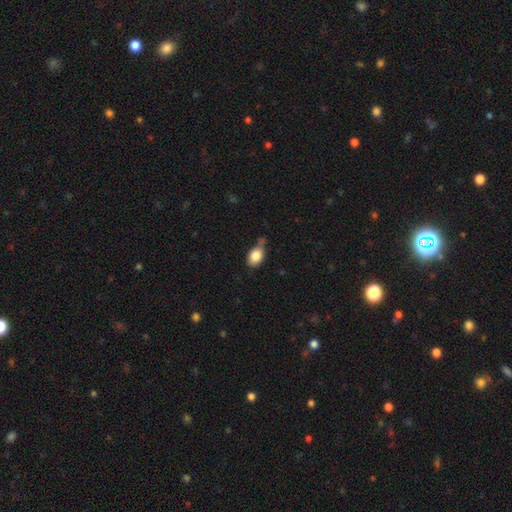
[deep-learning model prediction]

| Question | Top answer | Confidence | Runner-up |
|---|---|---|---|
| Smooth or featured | smooth | 83% | featured or disk (9%) |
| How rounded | in between | 77% | round (21%) |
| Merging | none | 50% | minor disturbance (29%) |